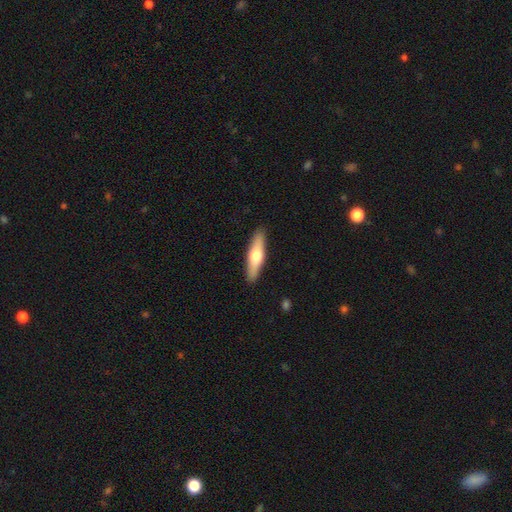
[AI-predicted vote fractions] Q: Smooth or featured?
A: smooth (54%); runner-up: featured or disk (41%)
Q: How rounded?
A: cigar-shaped (71%); runner-up: in between (27%)
Q: Merging?
A: none (90%); runner-up: minor disturbance (7%)